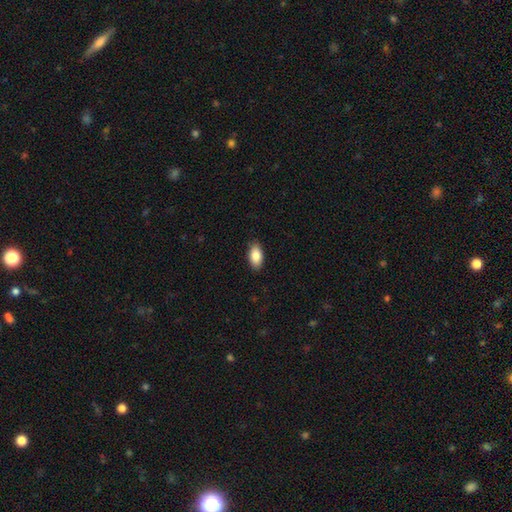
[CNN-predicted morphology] Smooth or featured? smooth (85%)
How rounded? in between (93%)
Merging? none (88%)